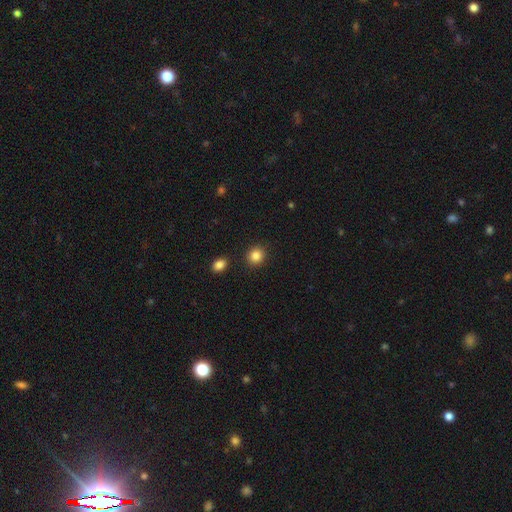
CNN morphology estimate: This appears to be a smooth galaxy with no disk features (86%) that is round (78%). Merging: none (88%).